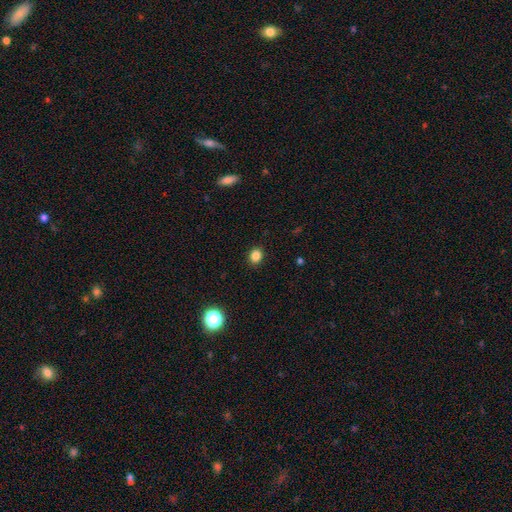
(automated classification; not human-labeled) A smooth galaxy with no disk features (84%) that is round (62%).

Vote fractions:
- Smooth or featured? smooth: 84% / star or artifact: 12% / featured or disk: 4%
- How rounded? round: 62% / in between: 37% / cigar-shaped: 1%
- Merging? none: 90% / minor disturbance: 7% / major disturbance: 2% / merger: 1%